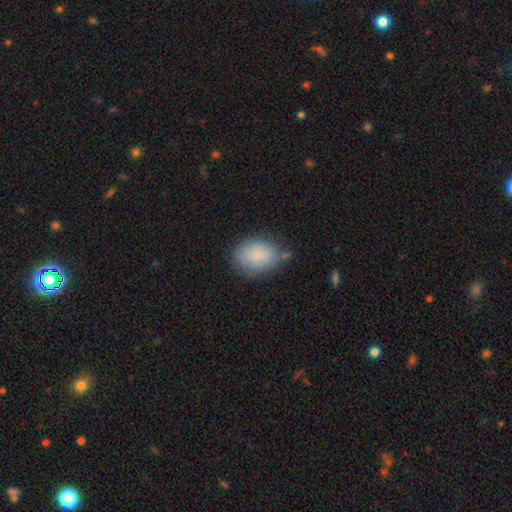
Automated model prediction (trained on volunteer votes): Morphology: type=smooth (84%); roundness=in between (69%); merging=none (66%).